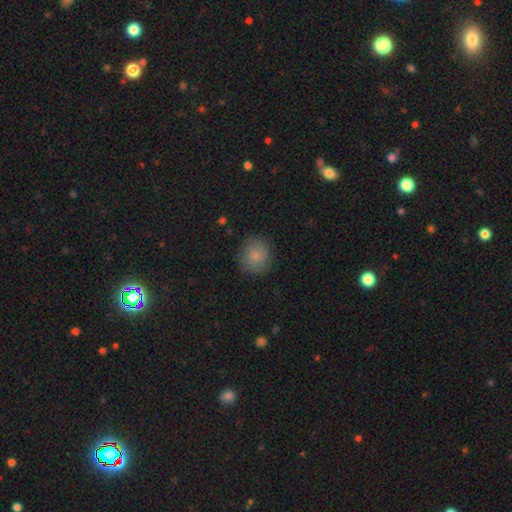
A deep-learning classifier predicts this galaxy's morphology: Smooth or featured? Predicted: smooth (p=0.83). How rounded? Predicted: round (p=0.87). Merging? Predicted: none (p=0.84).